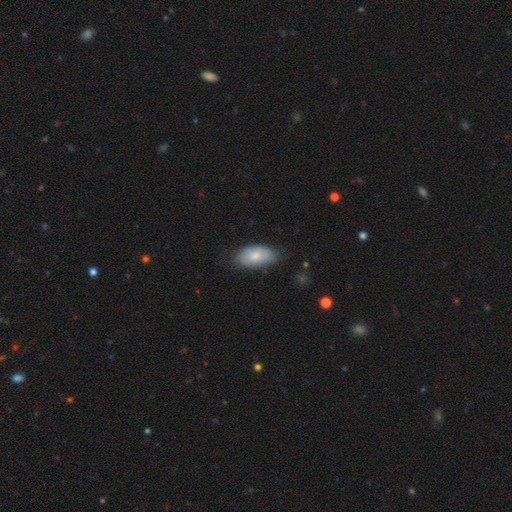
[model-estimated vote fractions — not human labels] smooth 74%, featured or disk 20%, star or artifact 6%. Down the decision tree: how rounded — in between (94%); merging — none (67%).